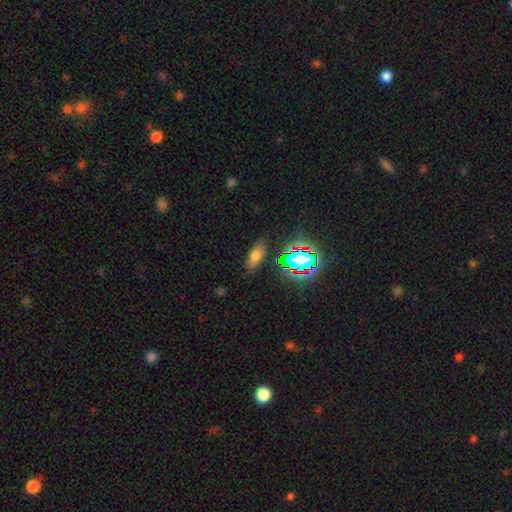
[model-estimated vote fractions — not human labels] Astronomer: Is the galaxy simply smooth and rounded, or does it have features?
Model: smooth — 66%.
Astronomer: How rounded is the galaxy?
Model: in between — 82%.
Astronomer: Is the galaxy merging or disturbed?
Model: none — 82%.